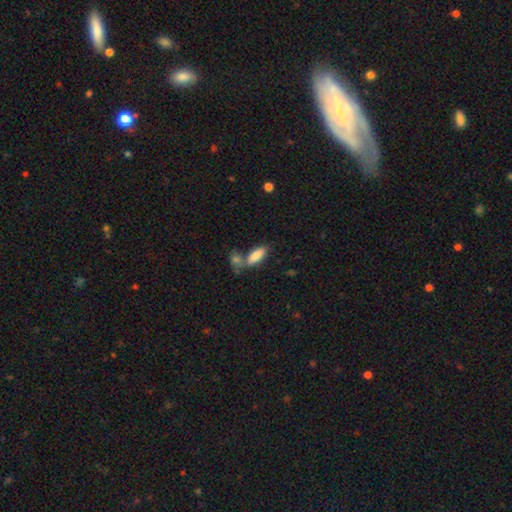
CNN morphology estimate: This is clearly a smooth galaxy (83%). How rounded: likely in between (75%). Merging: possibly none (48%).